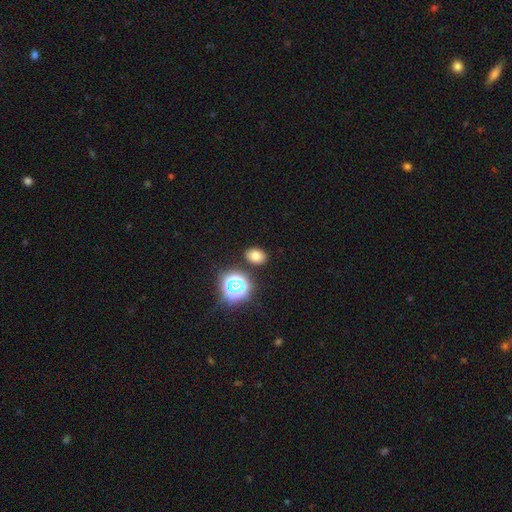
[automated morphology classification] type=smooth (73%); roundness=in between (66%); merging=none (85%).